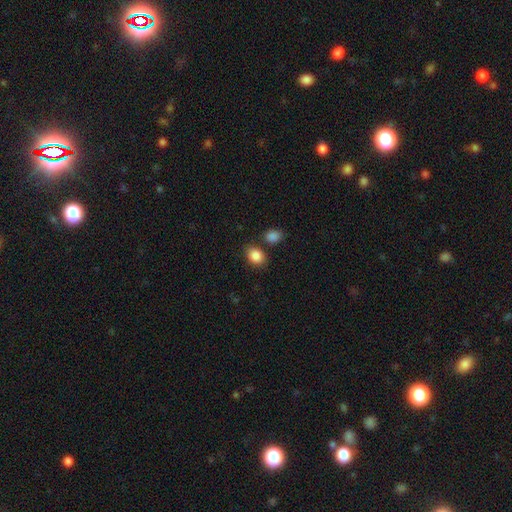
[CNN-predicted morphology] A smooth galaxy with no disk features (87%) that is in between round and cigar-shaped (59%). Merging: none (73%).